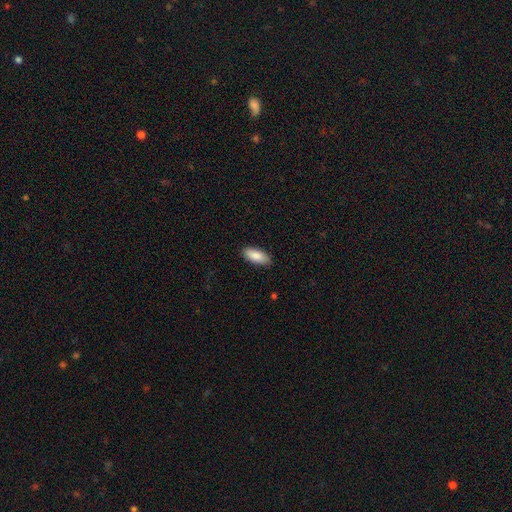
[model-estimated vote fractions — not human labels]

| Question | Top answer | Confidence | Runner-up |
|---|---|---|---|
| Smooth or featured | smooth | 87% | featured or disk (7%) |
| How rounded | in between | 84% | cigar-shaped (15%) |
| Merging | none | 88% | minor disturbance (9%) |